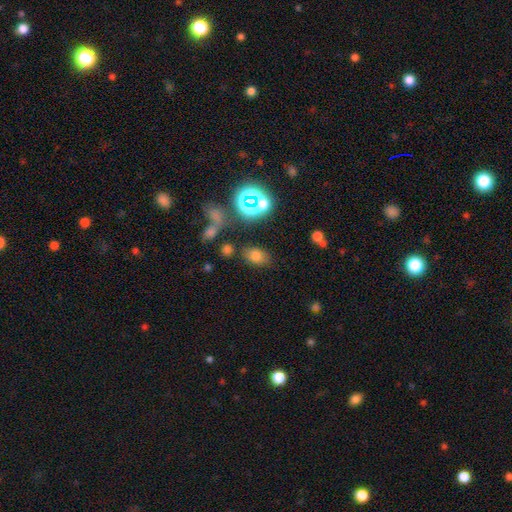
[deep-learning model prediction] smooth 68%, star or artifact 21%, featured or disk 10%. Down the decision tree: how rounded — in between (81%); merging — none (77%).